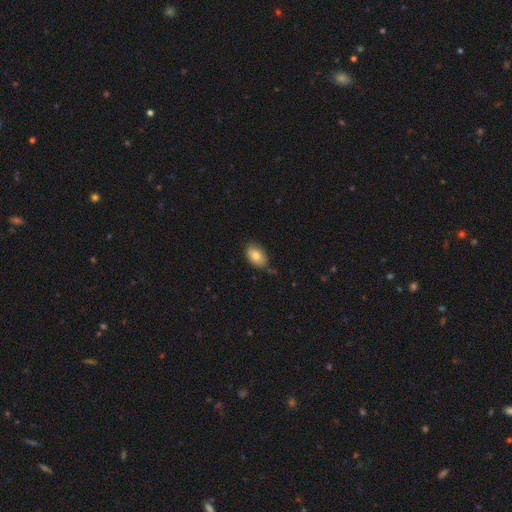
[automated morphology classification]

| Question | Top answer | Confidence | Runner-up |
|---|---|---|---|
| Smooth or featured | smooth | 81% | featured or disk (11%) |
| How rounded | in between | 88% | round (11%) |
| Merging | none | 75% | minor disturbance (20%) |